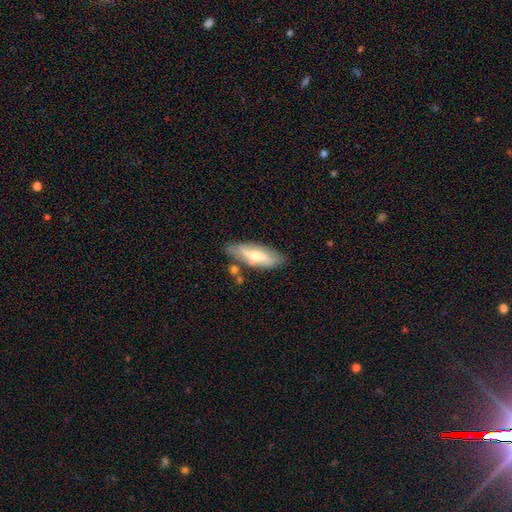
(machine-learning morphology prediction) type=featured or disk (53%); edge-on=no (57%); merging=none (71%).